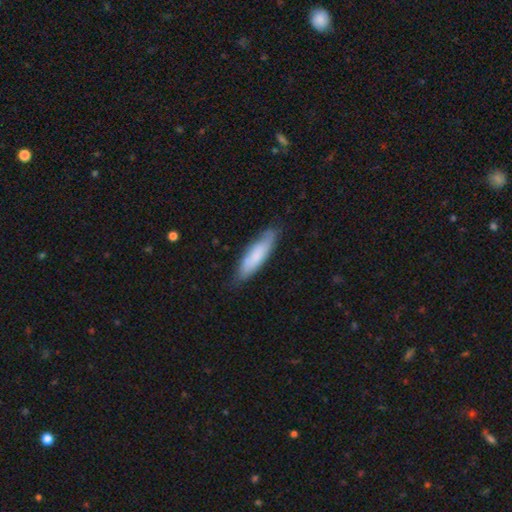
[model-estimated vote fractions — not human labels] A smooth galaxy with no disk features (74%) that is cigar-shaped (71%). Merging: none (80%).